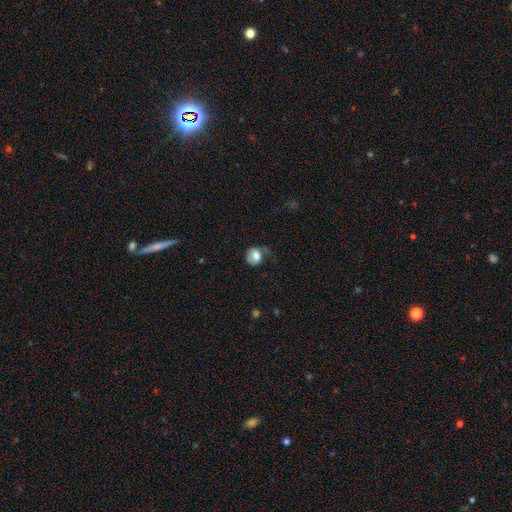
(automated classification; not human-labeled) Smooth or featured: smooth — 71% (featured or disk — 21%)
How rounded: round — 63% (in between — 36%)
Merging: none — 36% (major disturbance — 32%)